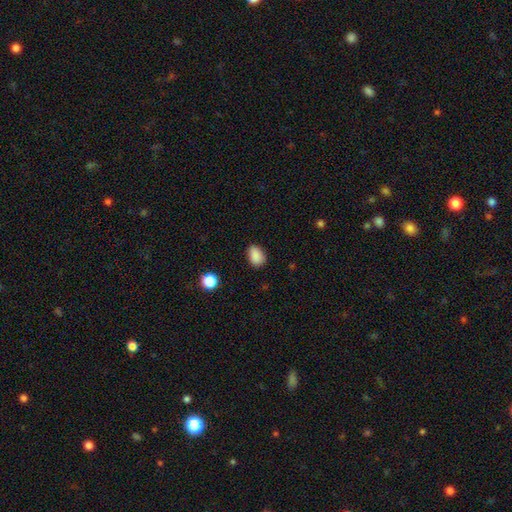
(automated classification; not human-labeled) Smooth or featured? smooth (87%)
How rounded? in between (79%)
Merging? none (81%)